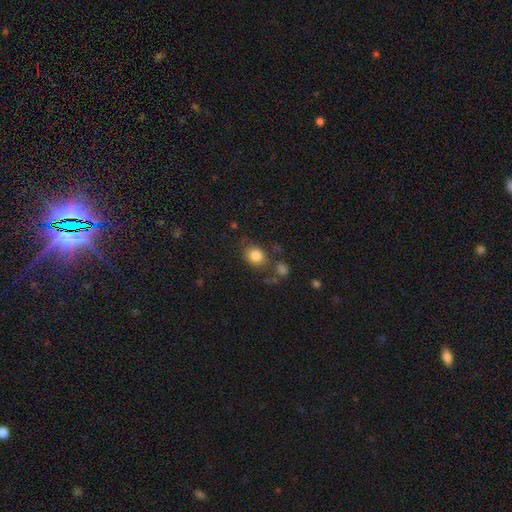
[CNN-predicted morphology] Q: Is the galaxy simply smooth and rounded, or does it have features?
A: smooth — 83%.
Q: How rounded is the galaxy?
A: round — 61%.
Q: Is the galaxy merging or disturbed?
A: none — 73%.